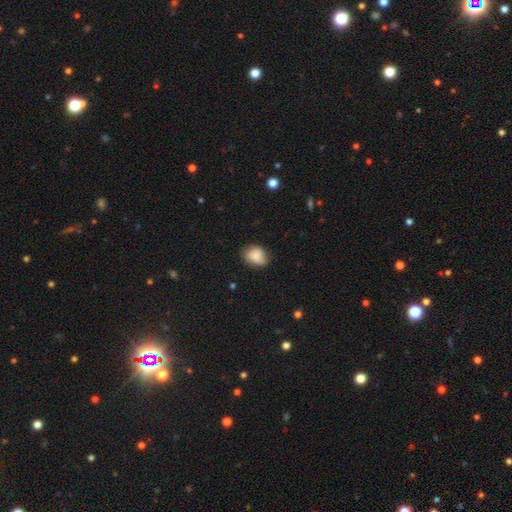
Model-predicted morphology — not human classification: This appears to be a smooth galaxy with no disk features (79%) that is in between round and cigar-shaped (63%). Merging: none (67%).